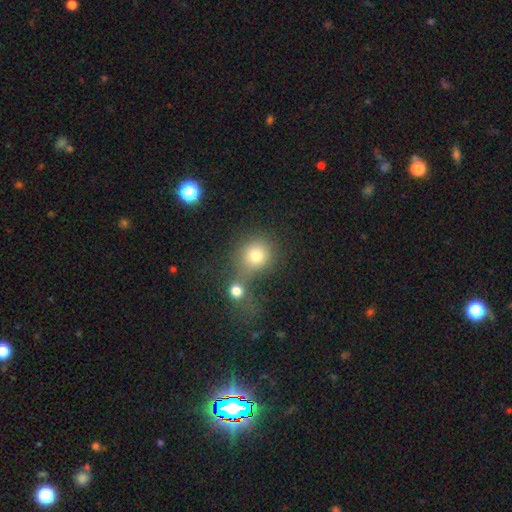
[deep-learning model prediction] This appears to be a smooth galaxy with no disk features (77%) that is round (84%). Merging: merger (42%).